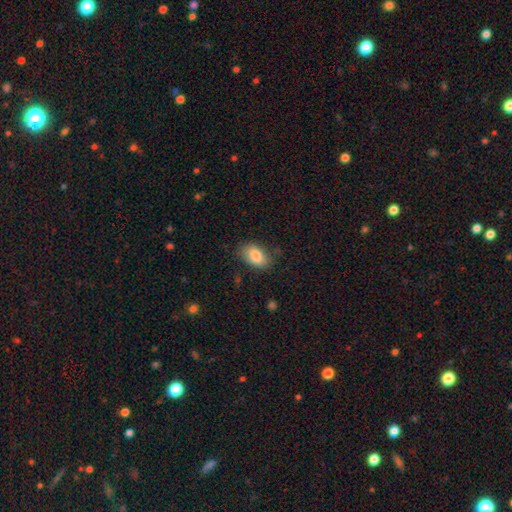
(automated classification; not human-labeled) Morphology: type=smooth (85%); roundness=in between (92%); merging=none (78%).